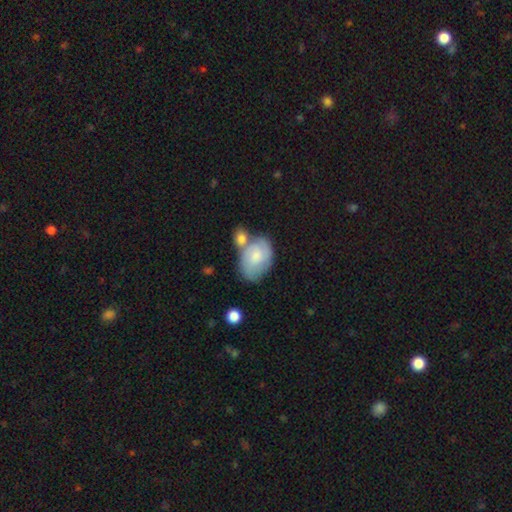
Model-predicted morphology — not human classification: Overall: smooth (54%; featured or disk 40%). How rounded: in between (79%). Merging: none (41%; merger 33%).